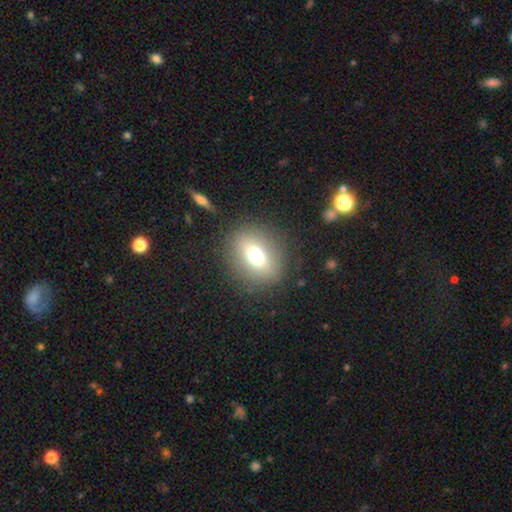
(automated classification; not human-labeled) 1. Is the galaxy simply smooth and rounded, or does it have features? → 67% smooth, 17% star or artifact, 16% featured or disk.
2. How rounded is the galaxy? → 58% round, 41% in between, 2% cigar-shaped.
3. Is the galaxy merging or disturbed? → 84% none, 9% minor disturbance, 5% major disturbance, 2% merger.